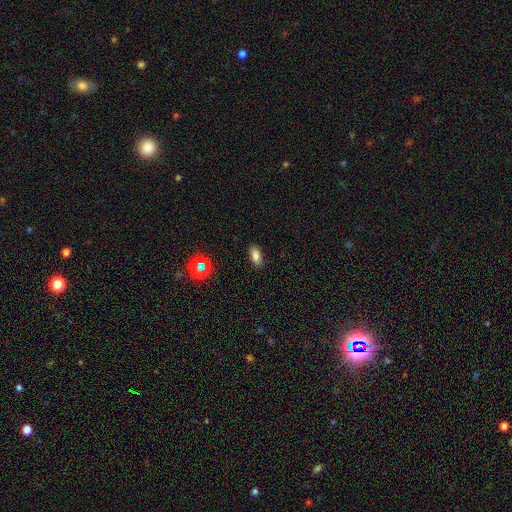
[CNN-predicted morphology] smooth-or-featured: smooth: 79% | star or artifact: 13% | featured or disk: 8%
  how-rounded: in between: 88% | cigar-shaped: 7% | round: 5%
  merging: none: 89% | minor disturbance: 8% | major disturbance: 2% | merger: 1%